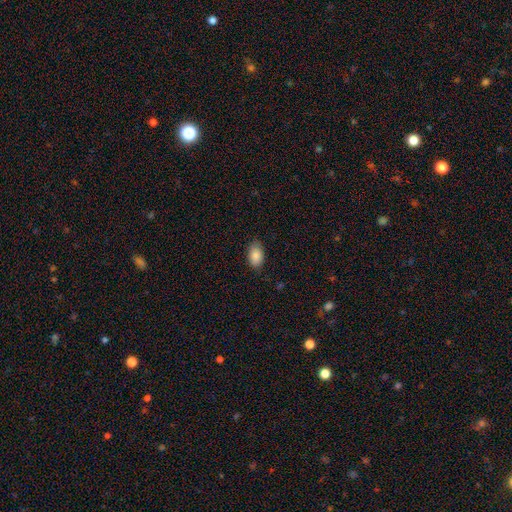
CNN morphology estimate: A smooth galaxy with no disk features (88%) that is in between round and cigar-shaped (92%).

Vote fractions:
- Smooth or featured? smooth: 88% / star or artifact: 7% / featured or disk: 5%
- How rounded? in between: 92% / round: 7% / cigar-shaped: 2%
- Merging? none: 81% / minor disturbance: 15% / major disturbance: 3% / merger: 1%